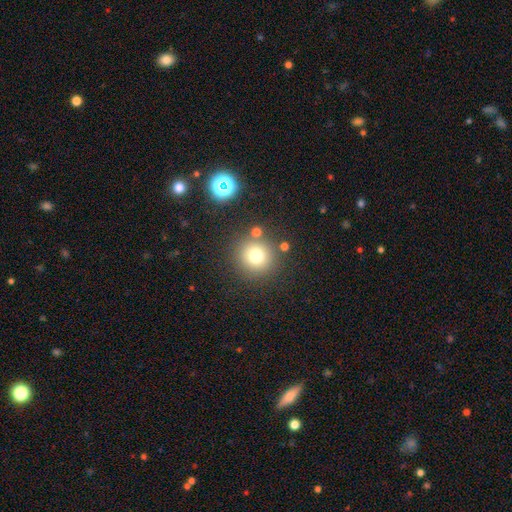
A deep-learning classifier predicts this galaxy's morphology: Smooth or featured: smooth — 74% (star or artifact — 16%)
How rounded: round — 94% (in between — 5%)
Merging: none — 82% (minor disturbance — 8%)